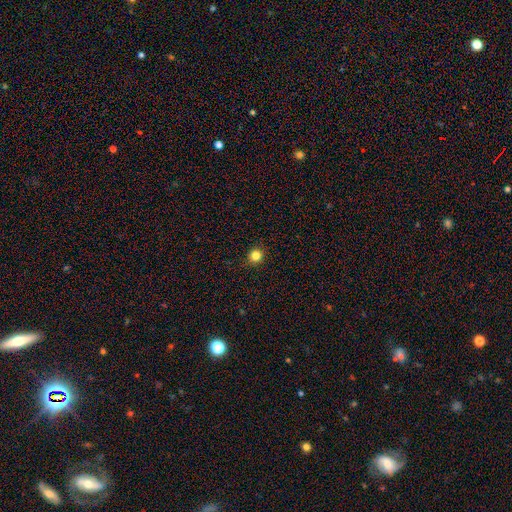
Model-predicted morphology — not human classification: The model was most divided on "smooth or featured": smooth: 83%, star or artifact: 13%, featured or disk: 5%. More confident: merging — none (91%); how rounded — round (90%).